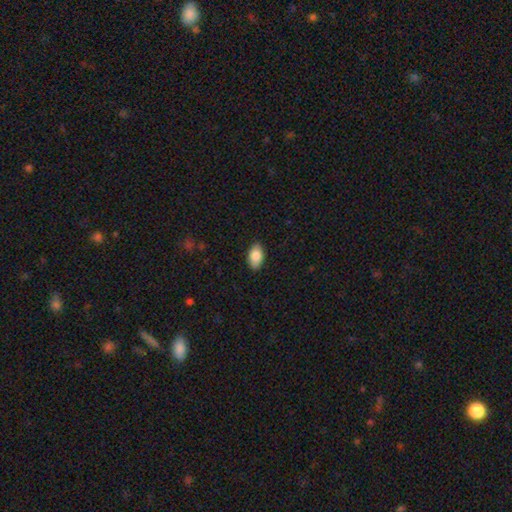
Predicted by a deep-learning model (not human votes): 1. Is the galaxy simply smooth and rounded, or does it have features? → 85% smooth, 9% featured or disk, 7% star or artifact.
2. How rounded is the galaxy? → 93% in between, 5% round, 2% cigar-shaped.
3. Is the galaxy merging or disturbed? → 88% none, 10% minor disturbance, 2% major disturbance, 1% merger.